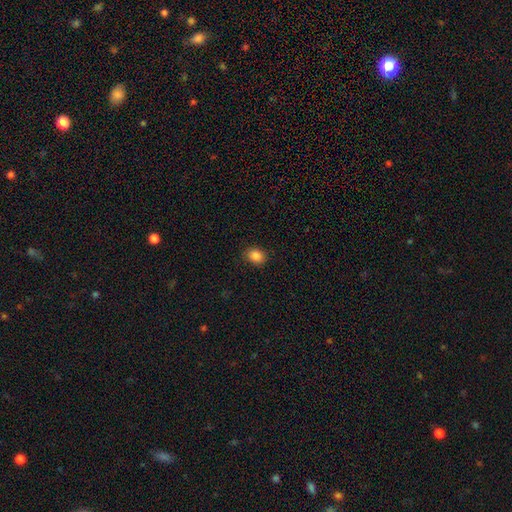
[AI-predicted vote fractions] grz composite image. It shows a smooth galaxy with no disk features (87%) that is in between round and cigar-shaped (56%). Merging: none (87%).